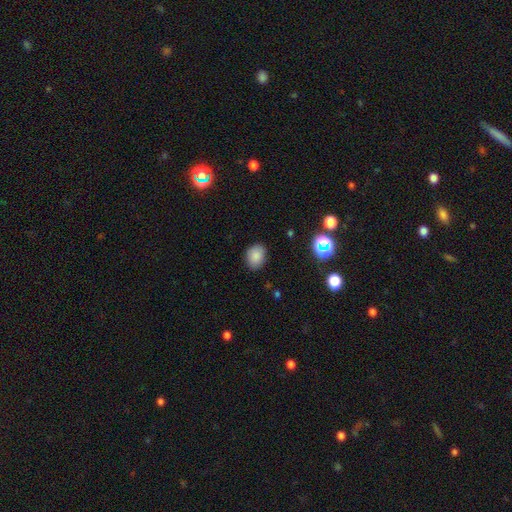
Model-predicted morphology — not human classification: smooth 84%, star or artifact 11%, featured or disk 5%. Down the decision tree: how rounded — in between (62%); merging — none (86%).